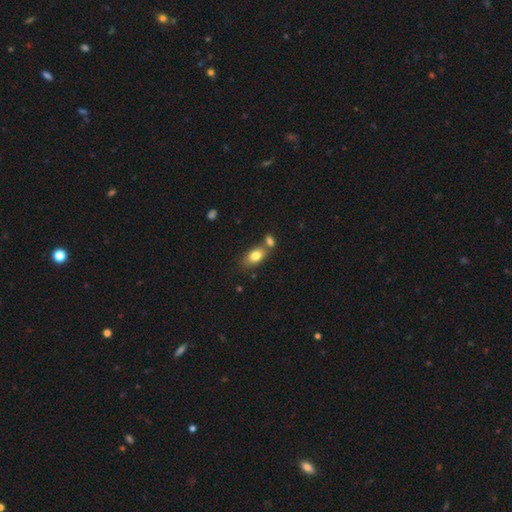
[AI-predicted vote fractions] Smooth or featured?
  - smooth: 80% *
  - featured or disk: 12%
  - star or artifact: 8%
How rounded?
  - in between: 86% *
  - round: 10%
  - cigar-shaped: 4%
Merging?
  - none: 52% *
  - merger: 32%
  - minor disturbance: 12%
  - major disturbance: 4%